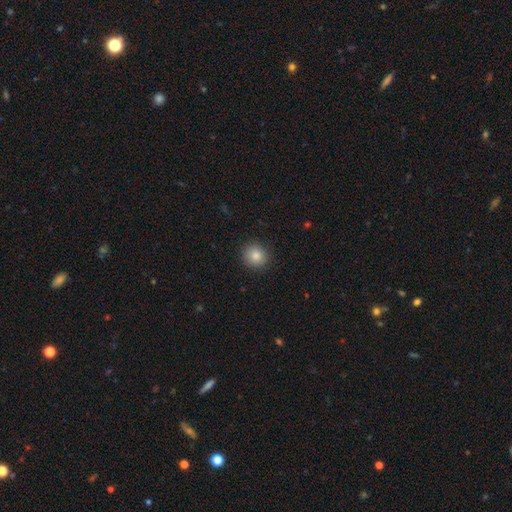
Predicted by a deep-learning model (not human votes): This is clearly a smooth galaxy (84%). How rounded: clearly round (89%). Merging: clearly none (90%).